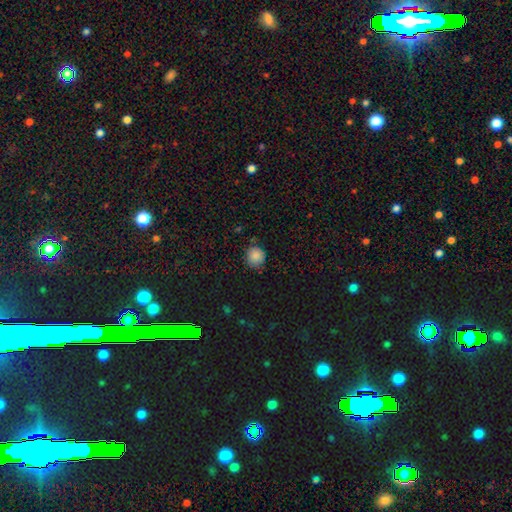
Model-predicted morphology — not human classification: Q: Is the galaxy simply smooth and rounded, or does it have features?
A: smooth — 86%.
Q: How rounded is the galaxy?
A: round — 87%.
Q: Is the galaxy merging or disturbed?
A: none — 81%.